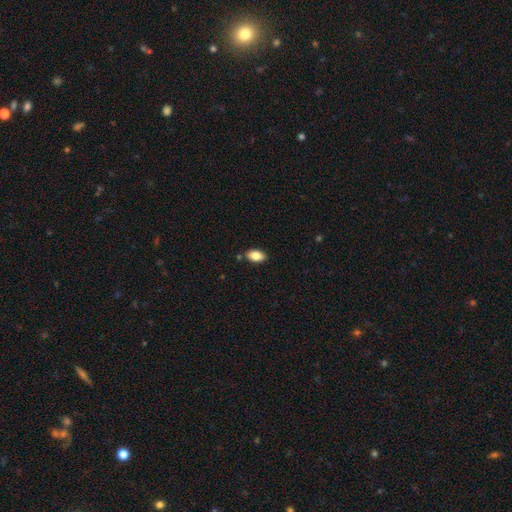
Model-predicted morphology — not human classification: smooth_or_featured: smooth (p=0.83) [alt: featured or disk p=0.09]
how_rounded: in between (p=0.92) [alt: round p=0.05]
merging: none (p=0.84) [alt: minor disturbance p=0.11]